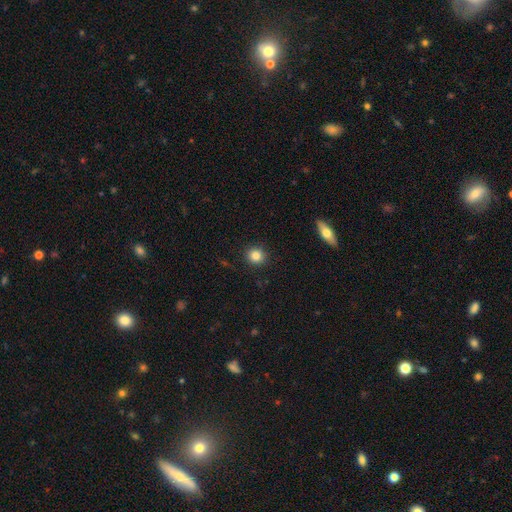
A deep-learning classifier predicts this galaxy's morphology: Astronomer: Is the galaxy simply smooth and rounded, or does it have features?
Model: smooth — 83%.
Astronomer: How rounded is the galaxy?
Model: round — 89%.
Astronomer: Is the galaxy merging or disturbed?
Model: none — 91%.